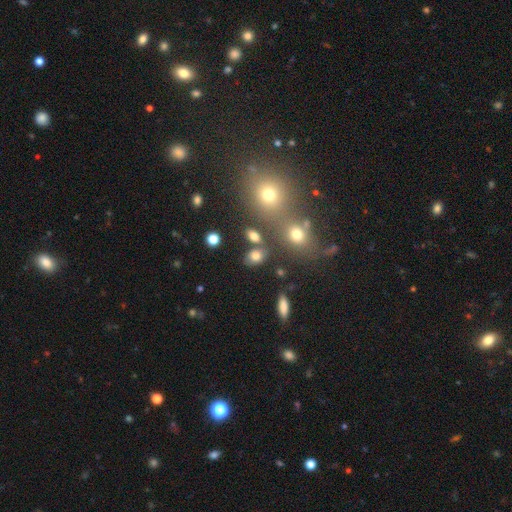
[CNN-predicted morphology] Smooth or featured? smooth (76%)
How rounded? in between (73%)
Merging? none (70%)